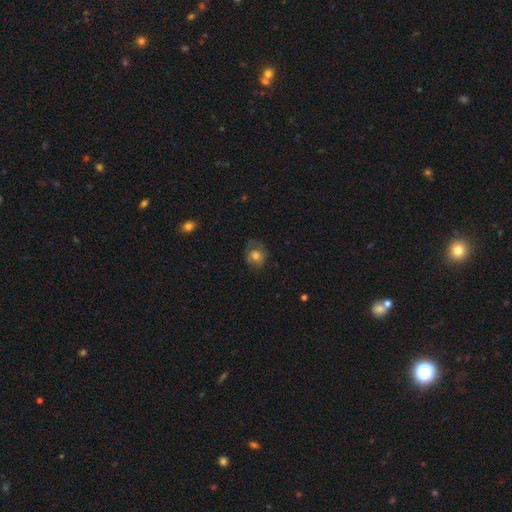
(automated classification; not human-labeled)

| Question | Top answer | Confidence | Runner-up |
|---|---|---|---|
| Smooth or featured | smooth | 65% | featured or disk (25%) |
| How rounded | round | 70% | in between (29%) |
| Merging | none | 59% | minor disturbance (24%) |